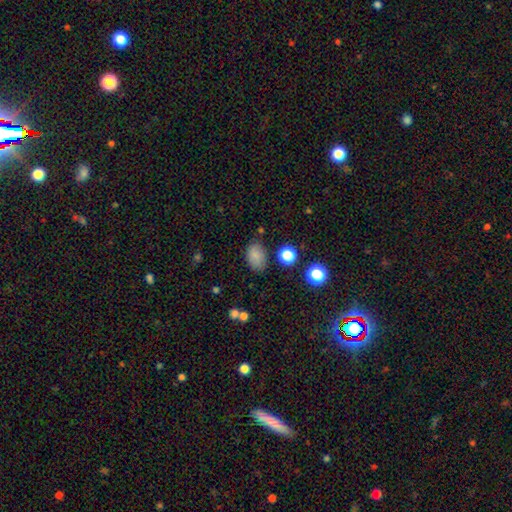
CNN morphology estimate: Overall: smooth (83%). How rounded: in between (86%). Merging: none (78%).